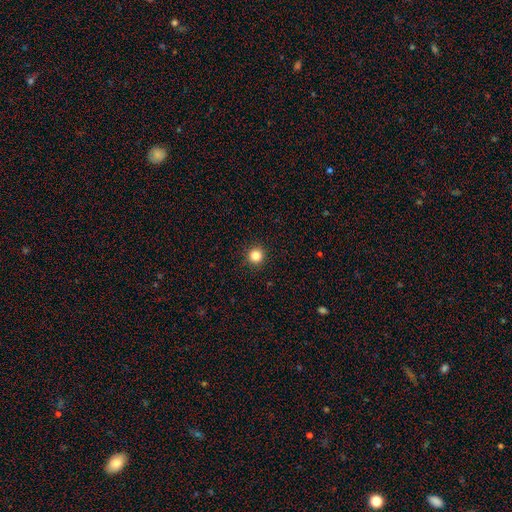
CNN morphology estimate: Smooth or featured?
  - smooth: 84% *
  - star or artifact: 12%
  - featured or disk: 4%
How rounded?
  - round: 96% *
  - in between: 4%
  - cigar-shaped: 1%
Merging?
  - none: 93% *
  - minor disturbance: 4%
  - major disturbance: 2%
  - merger: 1%